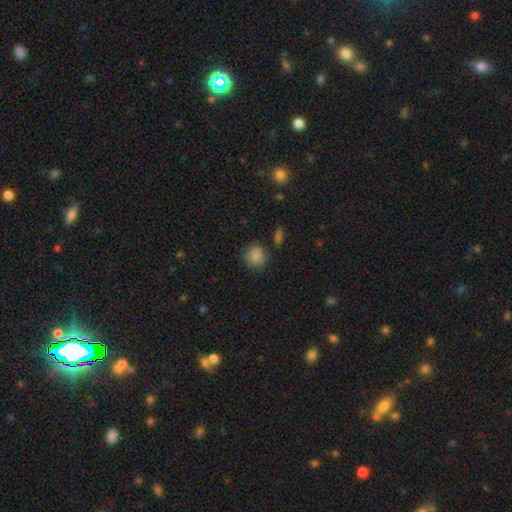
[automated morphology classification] Overall: smooth (85%). How rounded: round (83%). Merging: none (80%).